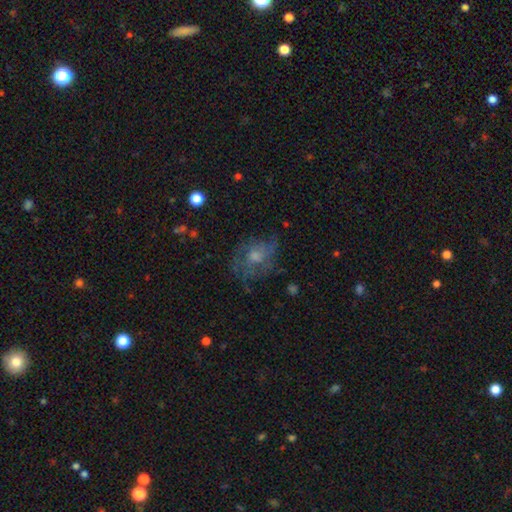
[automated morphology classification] Overall: featured or disk (53%; smooth 33%). Edge-on disk: no (96%). Bar: no (82%). Spiral arms: yes (58%; no 42%). Bulge size: moderate (54%; small 31%). Merging: none (58%; minor disturbance 22%).